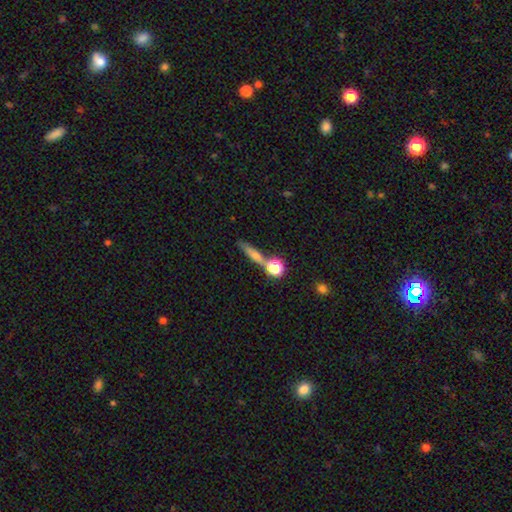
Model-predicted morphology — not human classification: Smooth or featured? Predicted: smooth (p=0.50). Merging? Predicted: none (p=0.67).